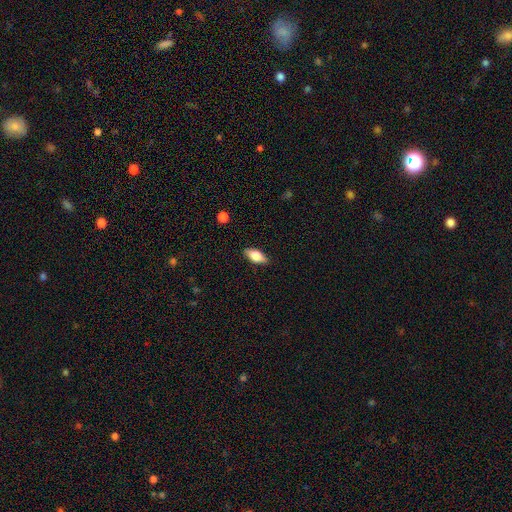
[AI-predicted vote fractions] Q: Smooth or featured?
A: smooth (67%); runner-up: featured or disk (25%)
Q: How rounded?
A: in between (85%); runner-up: cigar-shaped (11%)
Q: Merging?
A: none (86%); runner-up: minor disturbance (11%)